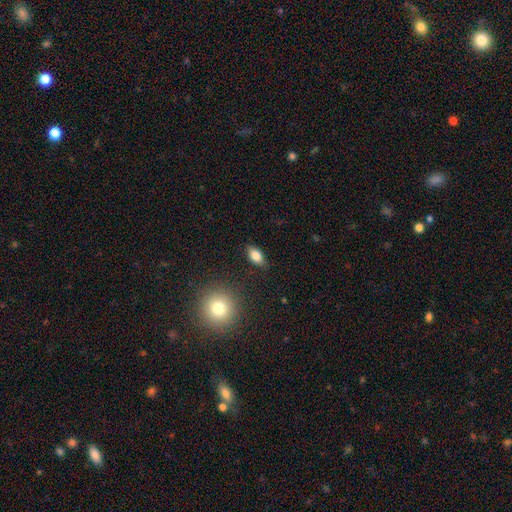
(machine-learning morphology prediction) Smooth or featured? smooth (80%)
How rounded? in between (87%)
Merging? none (85%)